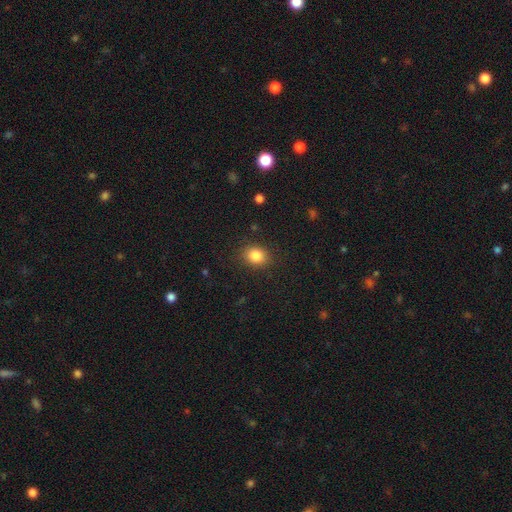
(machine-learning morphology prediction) The model was most divided on "how rounded": round: 54%, in between: 45%, cigar-shaped: 1%. More confident: merging — none (87%); smooth or featured — smooth (84%).